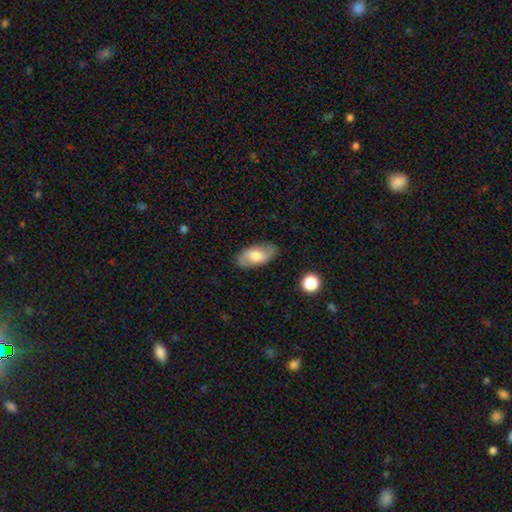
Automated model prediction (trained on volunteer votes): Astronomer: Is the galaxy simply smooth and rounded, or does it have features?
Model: smooth — 56% (runner-up: featured or disk, 37%).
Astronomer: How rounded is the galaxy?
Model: in between — 92%.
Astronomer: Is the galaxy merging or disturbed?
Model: none — 83%.